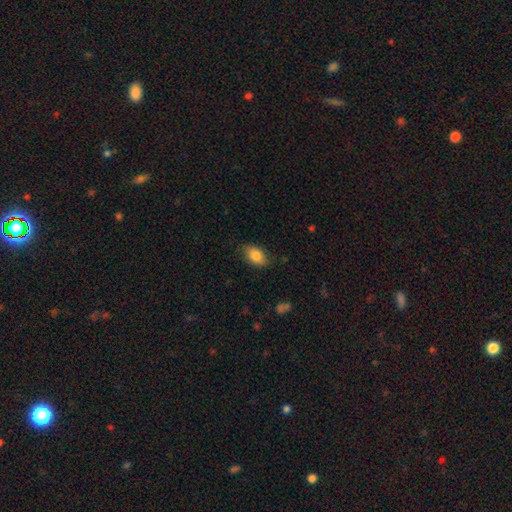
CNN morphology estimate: Smooth or featured? smooth (85%)
How rounded? in between (89%)
Merging? none (80%)